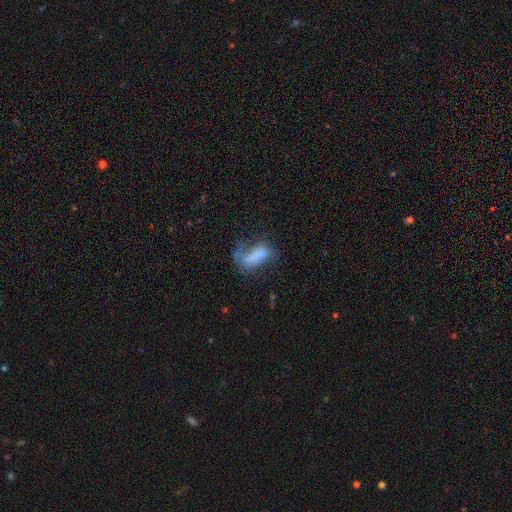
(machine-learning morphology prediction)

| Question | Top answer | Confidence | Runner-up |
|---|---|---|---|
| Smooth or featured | smooth | 55% | featured or disk (33%) |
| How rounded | in between | 79% | cigar-shaped (16%) |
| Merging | major disturbance | 37% | none (30%) |